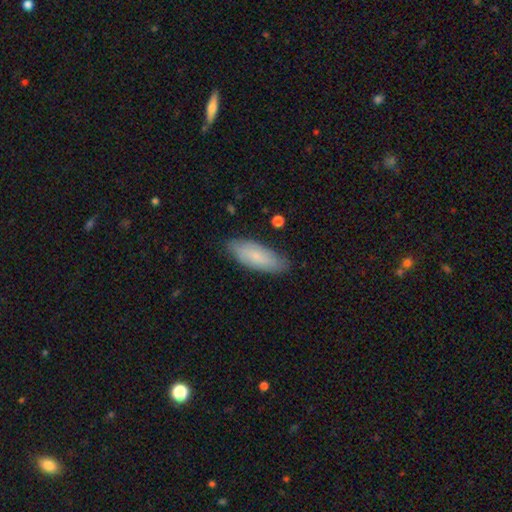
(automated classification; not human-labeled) Morphology: type=smooth (72%); roundness=in between (67%); merging=none (84%).